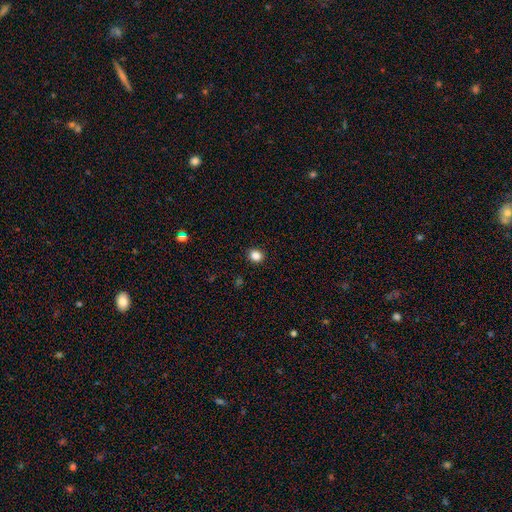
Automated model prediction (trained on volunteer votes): The model was most divided on "how rounded": round: 74%, in between: 25%, cigar-shaped: 1%. More confident: merging — none (91%); smooth or featured — smooth (86%).